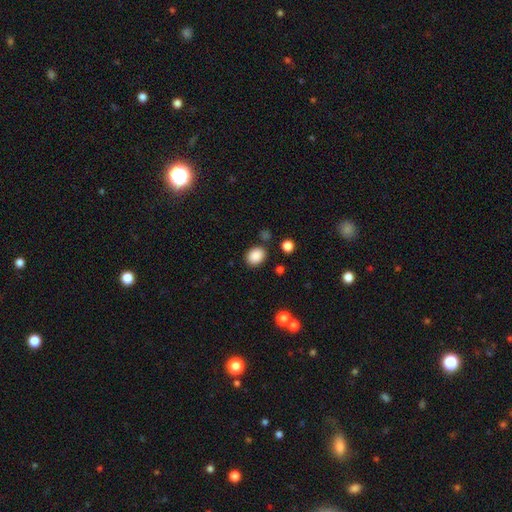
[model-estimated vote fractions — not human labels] A smooth galaxy with no disk features (88%) that is in between round and cigar-shaped (57%). Merging: none (82%).